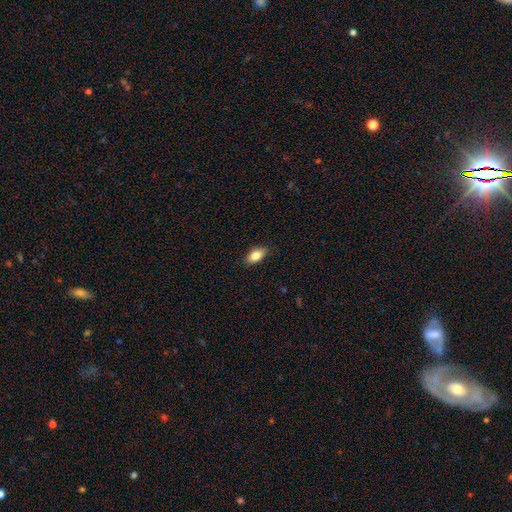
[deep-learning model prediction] Q: Smooth or featured?
A: smooth (83%); runner-up: featured or disk (10%)
Q: How rounded?
A: in between (89%); runner-up: cigar-shaped (6%)
Q: Merging?
A: none (86%); runner-up: minor disturbance (11%)